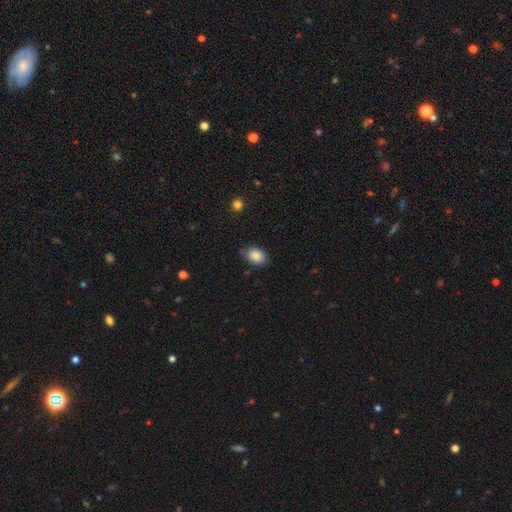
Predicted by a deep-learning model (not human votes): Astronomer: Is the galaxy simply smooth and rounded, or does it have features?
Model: smooth — 86%.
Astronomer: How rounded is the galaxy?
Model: in between — 84%.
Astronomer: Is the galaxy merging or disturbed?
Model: none — 76%.